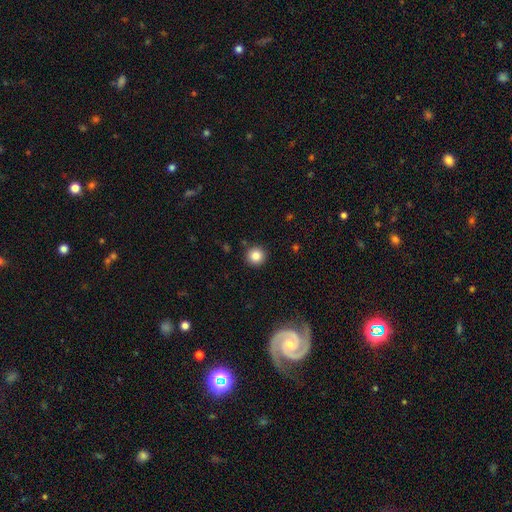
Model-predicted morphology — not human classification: The model was most divided on "smooth or featured": smooth: 85%, star or artifact: 11%, featured or disk: 5%. More confident: how rounded — round (95%); merging — none (91%).